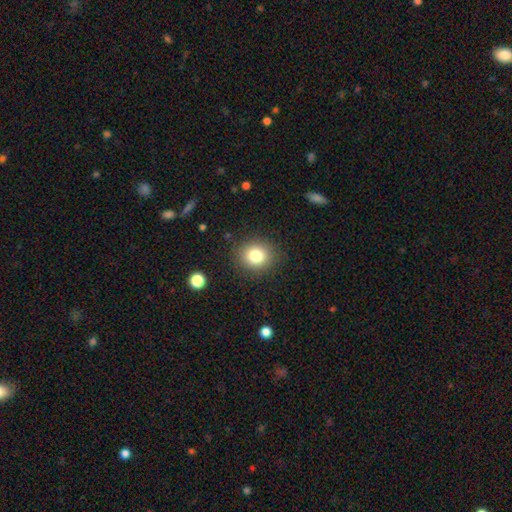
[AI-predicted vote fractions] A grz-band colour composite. It shows a smooth galaxy with no disk features (80%) that is round (76%). Merging: none (88%).